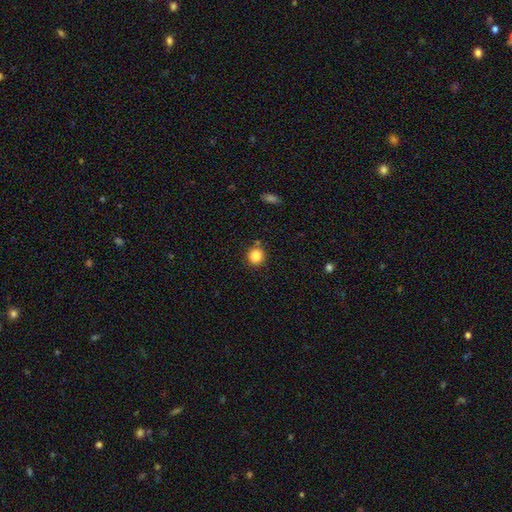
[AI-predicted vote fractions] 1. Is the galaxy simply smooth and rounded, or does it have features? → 85% smooth, 10% star or artifact, 5% featured or disk.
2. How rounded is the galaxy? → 91% round, 8% in between, 1% cigar-shaped.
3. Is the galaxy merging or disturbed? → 84% none, 8% minor disturbance, 5% merger, 2% major disturbance.